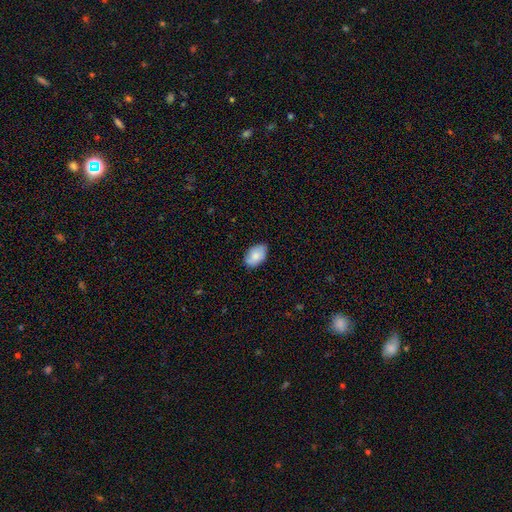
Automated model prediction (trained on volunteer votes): Smooth or featured?
  - smooth: 83% *
  - featured or disk: 11%
  - star or artifact: 6%
How rounded?
  - in between: 92% *
  - round: 7%
  - cigar-shaped: 1%
Merging?
  - none: 82% *
  - minor disturbance: 15%
  - major disturbance: 2%
  - merger: 1%